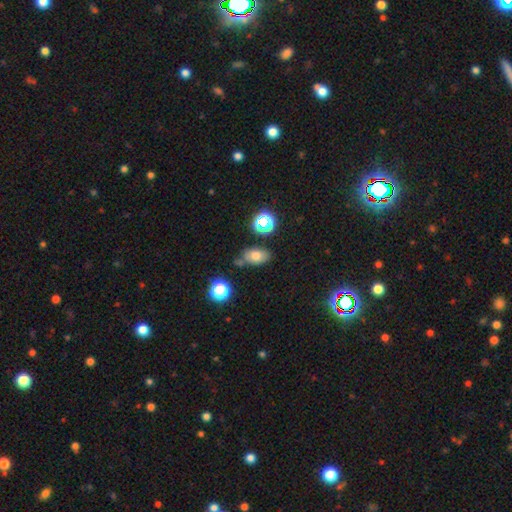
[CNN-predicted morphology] Overall: smooth (70%). How rounded: in between (84%). Merging: none (67%).